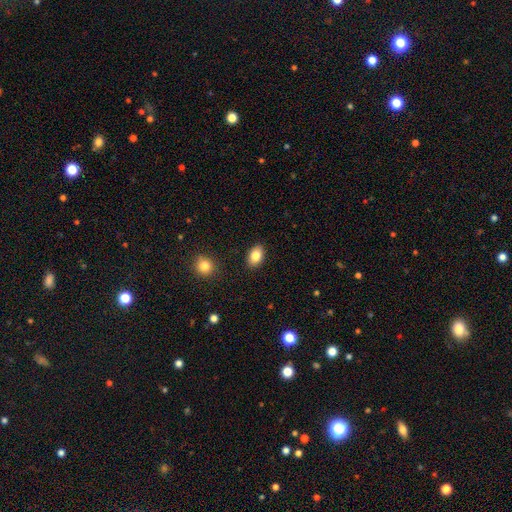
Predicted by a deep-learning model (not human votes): This is clearly a smooth galaxy (83%). How rounded: clearly in between (86%). Merging: clearly none (89%).